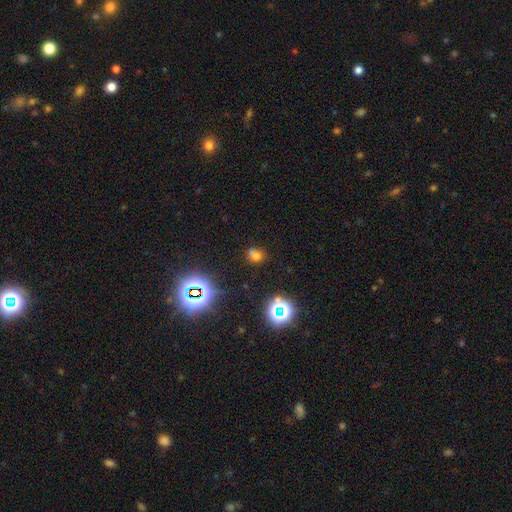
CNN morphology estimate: This is possibly a smooth galaxy (59%). How rounded: likely round (69%). Merging: likely none (61%).